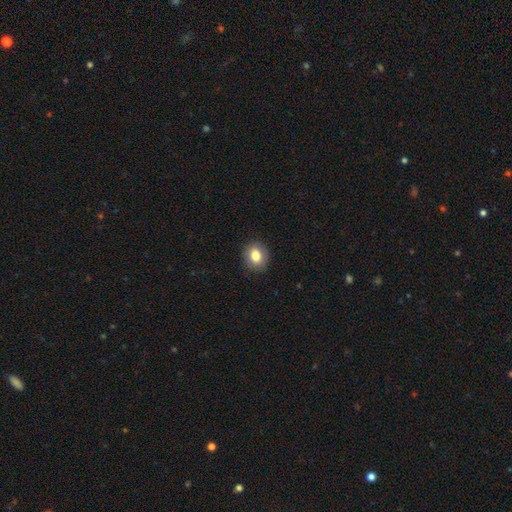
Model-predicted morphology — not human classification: Smooth or featured? Predicted: smooth (p=0.81). How rounded? Predicted: round (p=0.61). Merging? Predicted: none (p=0.89).